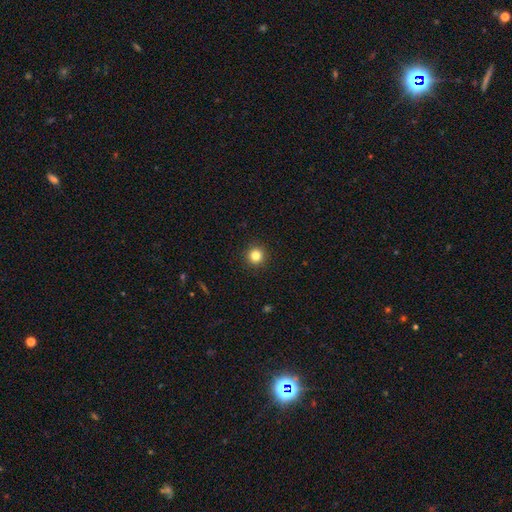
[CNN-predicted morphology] A smooth galaxy with no disk features (82%) that is round (96%). Merging: none (93%).